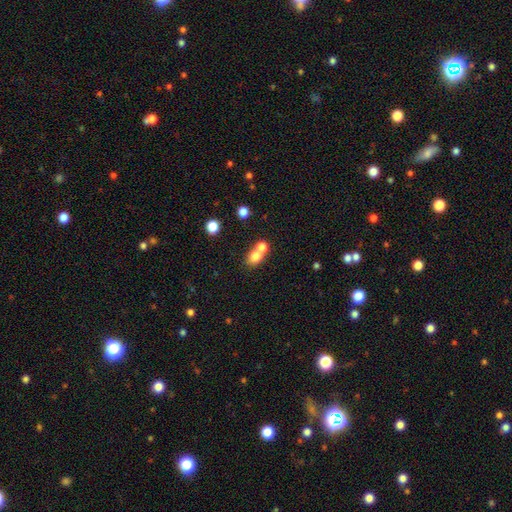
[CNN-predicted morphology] This is likely a smooth galaxy (76%). How rounded: possibly round (50%). Merging: possibly merger (55%).